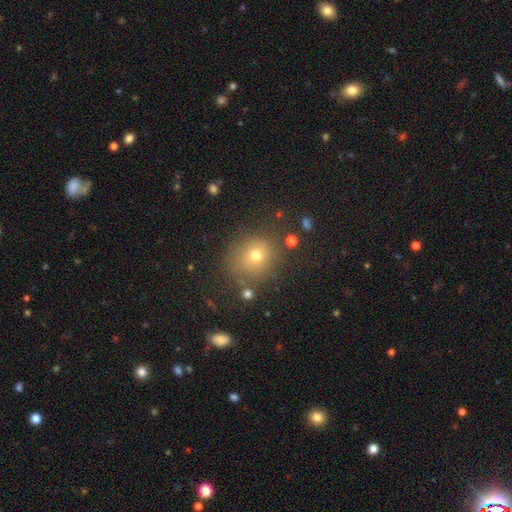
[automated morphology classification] type=smooth (70%); roundness=round (82%); merging=none (78%).